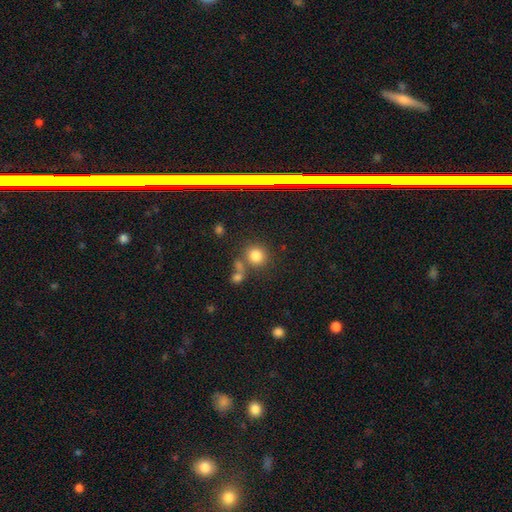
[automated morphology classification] Smooth or featured?
  - smooth: 78% *
  - star or artifact: 15%
  - featured or disk: 7%
How rounded?
  - round: 84% *
  - in between: 14%
  - cigar-shaped: 1%
Merging?
  - none: 67% *
  - merger: 18%
  - minor disturbance: 10%
  - major disturbance: 5%